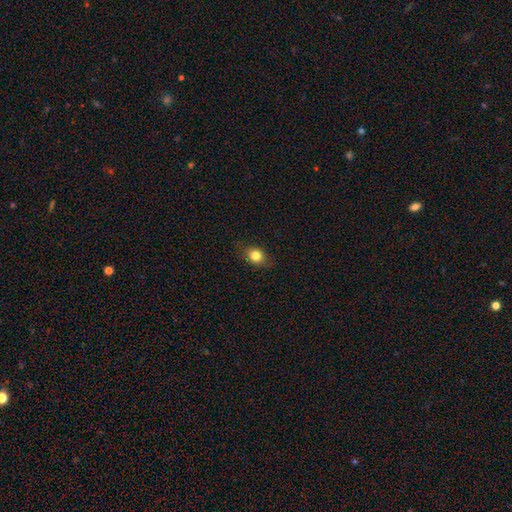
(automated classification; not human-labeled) Smooth or featured? Predicted: smooth (p=0.81). How rounded? Predicted: round (p=0.50). Merging? Predicted: none (p=0.82).